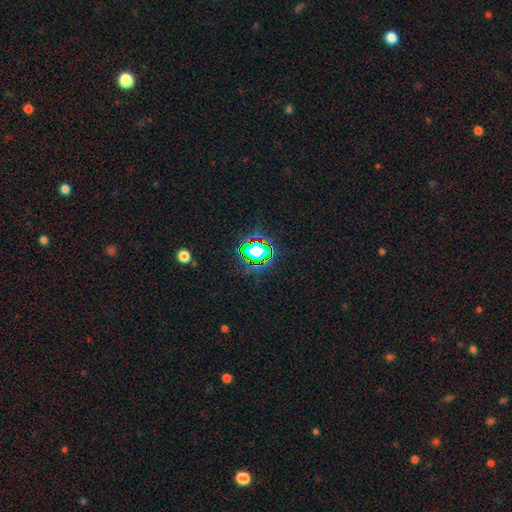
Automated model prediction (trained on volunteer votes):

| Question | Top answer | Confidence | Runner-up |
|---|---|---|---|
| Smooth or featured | star or artifact | 78% | smooth (14%) |